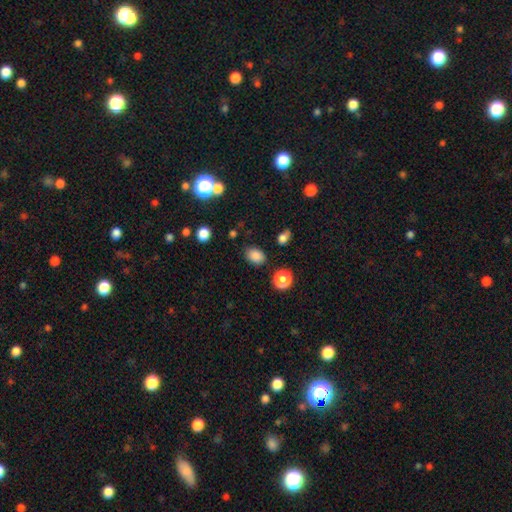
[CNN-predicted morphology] Smooth or featured?
  - smooth: 84% *
  - star or artifact: 11%
  - featured or disk: 4%
How rounded?
  - in between: 71% *
  - round: 28%
  - cigar-shaped: 1%
Merging?
  - none: 82% *
  - minor disturbance: 12%
  - major disturbance: 3%
  - merger: 3%